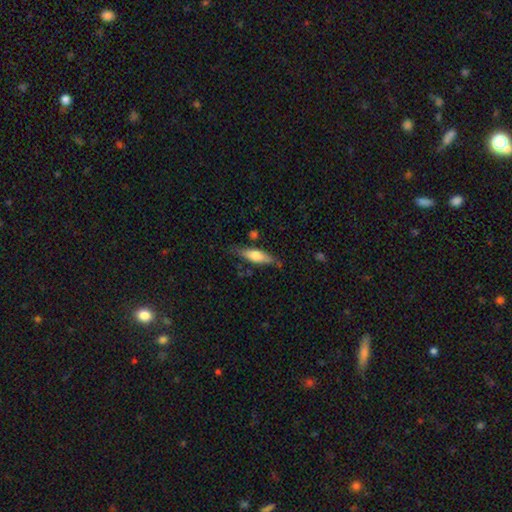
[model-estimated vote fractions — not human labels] Smooth or featured? Predicted: smooth (p=0.63). How rounded? Predicted: cigar-shaped (p=0.57). Merging? Predicted: none (p=0.70).